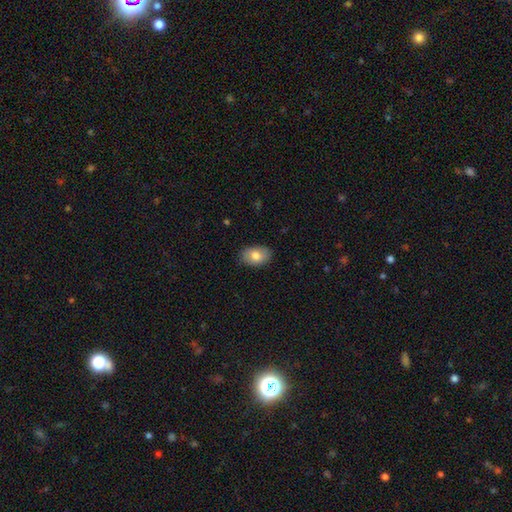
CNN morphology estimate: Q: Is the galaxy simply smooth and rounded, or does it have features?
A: smooth — 80%.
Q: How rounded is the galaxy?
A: in between — 85%.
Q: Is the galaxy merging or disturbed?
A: none — 86%.